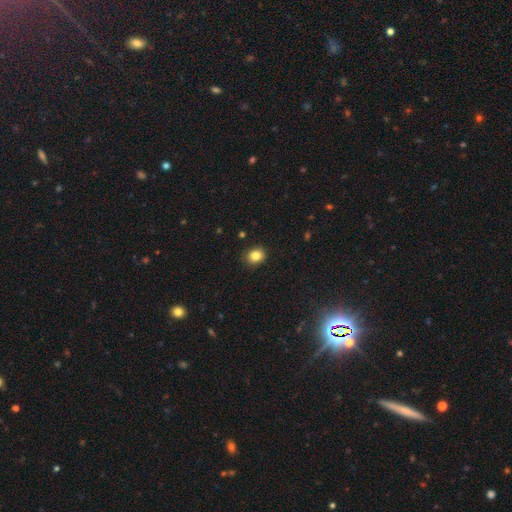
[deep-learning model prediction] smooth 83%, star or artifact 10%, featured or disk 6%. Down the decision tree: how rounded — round (66%); merging — none (88%).